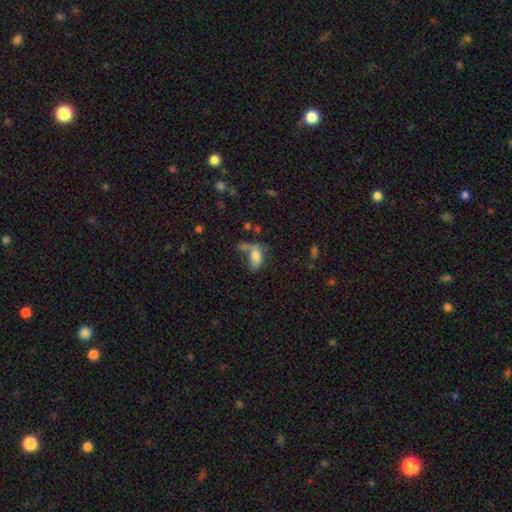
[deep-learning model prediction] This appears to be a smooth galaxy with no disk features (69%) that is in between round and cigar-shaped (86%). Merging: none (31%).